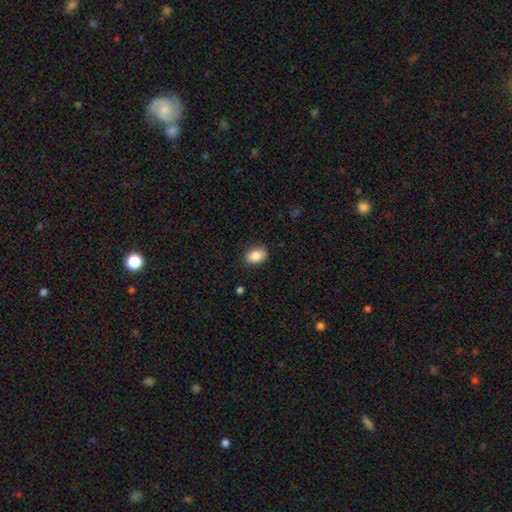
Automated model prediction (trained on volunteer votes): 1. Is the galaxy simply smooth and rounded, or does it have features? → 85% smooth, 8% star or artifact, 7% featured or disk.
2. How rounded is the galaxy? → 81% in between, 18% round, 1% cigar-shaped.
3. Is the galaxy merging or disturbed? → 87% none, 10% minor disturbance, 2% major disturbance, 1% merger.